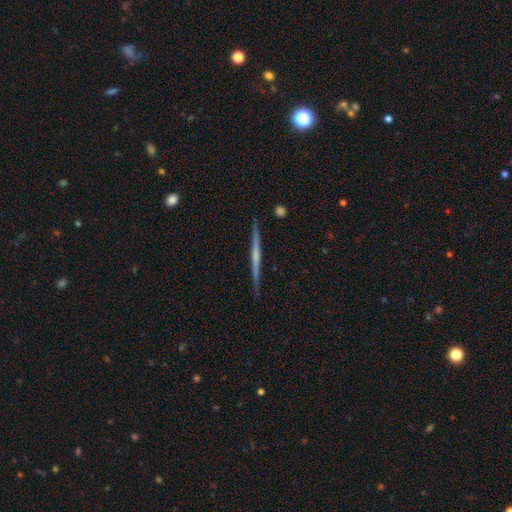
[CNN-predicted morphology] This is likely a featured or disk galaxy (66%). It is clearly viewed edge-on (98%). Edge-on bulge: likely none (68%). Merging: clearly none (90%).